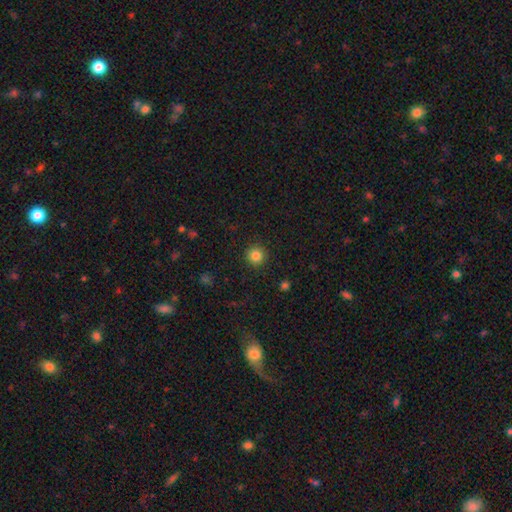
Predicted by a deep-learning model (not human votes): Smooth or featured: smooth — 84% (star or artifact — 12%)
How rounded: round — 95% (in between — 4%)
Merging: none — 92% (minor disturbance — 5%)